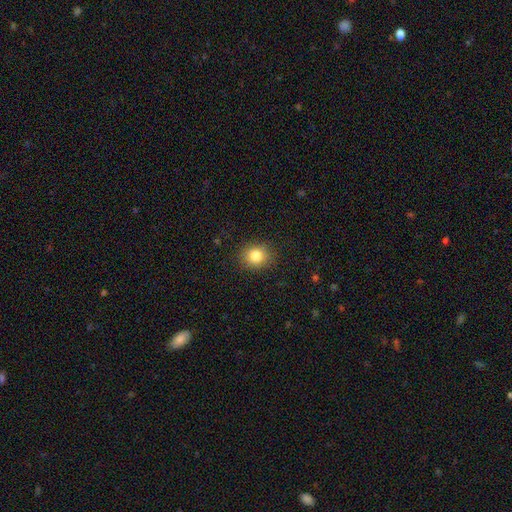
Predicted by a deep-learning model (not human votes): smooth-or-featured: smooth: 83% | star or artifact: 11% | featured or disk: 7%
  how-rounded: round: 72% | in between: 27% | cigar-shaped: 1%
  merging: none: 88% | minor disturbance: 9% | major disturbance: 3% | merger: 1%